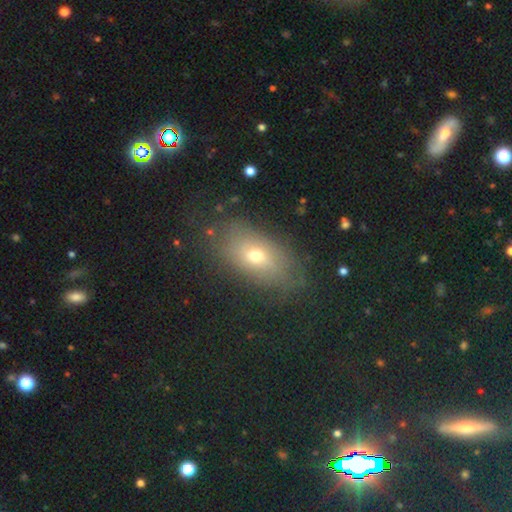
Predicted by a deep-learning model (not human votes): A smooth galaxy with no disk features (62%) that is in between round and cigar-shaped (85%). Merging: none (76%).